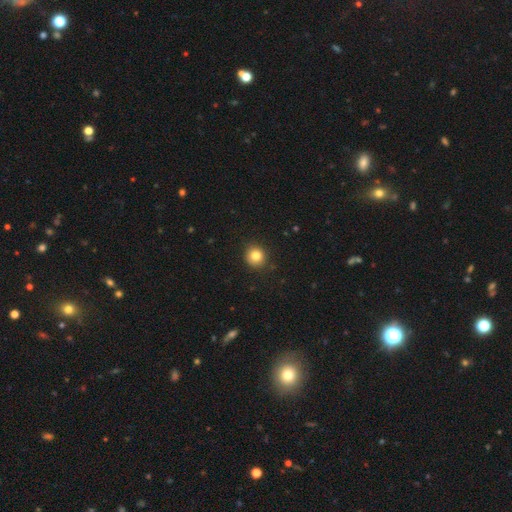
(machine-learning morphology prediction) The model was most divided on "smooth or featured": smooth: 83%, star or artifact: 11%, featured or disk: 6%. More confident: how rounded — round (91%); merging — none (90%).